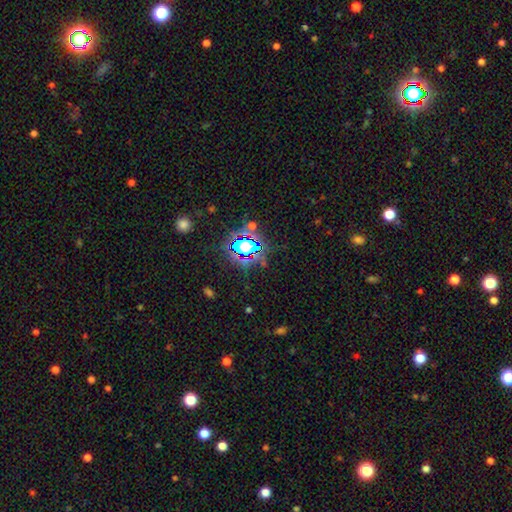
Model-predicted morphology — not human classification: smooth-or-featured: star or artifact: 73% | smooth: 17% | featured or disk: 10%